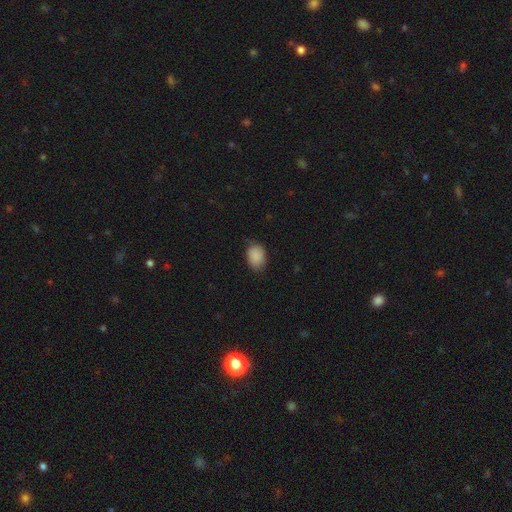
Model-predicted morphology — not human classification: Q: Smooth or featured?
A: smooth (88%); runner-up: star or artifact (8%)
Q: How rounded?
A: in between (72%); runner-up: round (27%)
Q: Merging?
A: none (72%); runner-up: minor disturbance (23%)